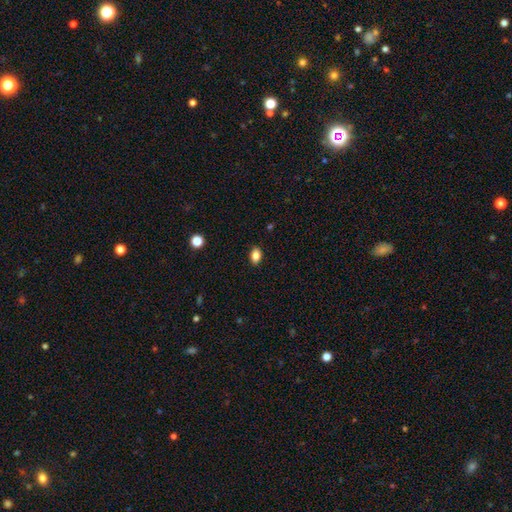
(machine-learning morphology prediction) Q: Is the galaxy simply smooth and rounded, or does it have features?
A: smooth — 85%.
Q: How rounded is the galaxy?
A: in between — 81%.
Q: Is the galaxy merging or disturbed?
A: none — 88%.